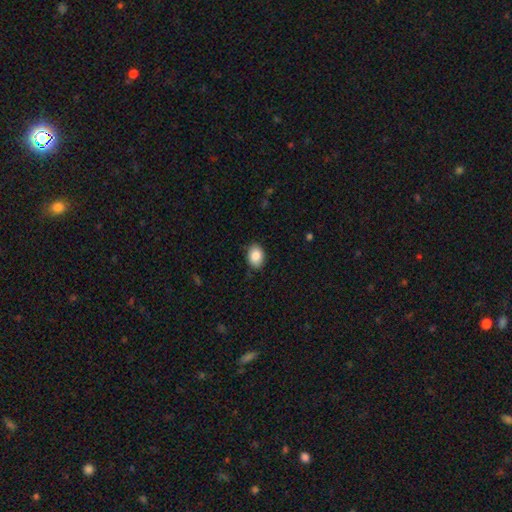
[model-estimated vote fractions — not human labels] Morphology: type=smooth (86%); roundness=in between (73%); merging=none (85%).